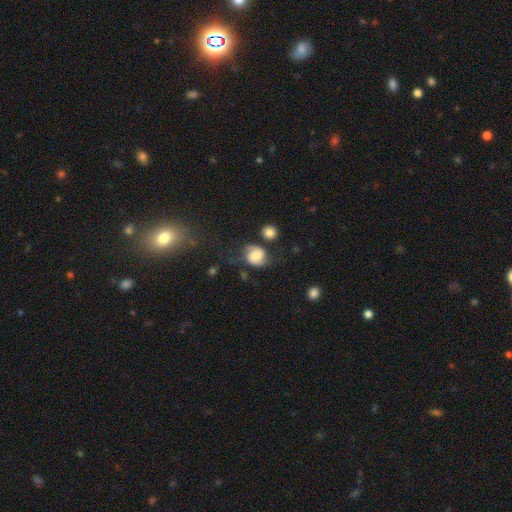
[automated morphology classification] featured or disk 52%, smooth 38%, star or artifact 9%. Down the decision tree: edge-on disk — no (97%); bar — no (54%); spiral arms — yes (89%); bulge size — moderate (39%); merging — none (58%).